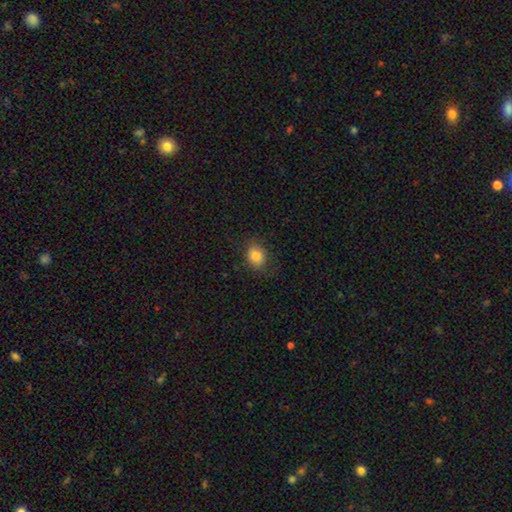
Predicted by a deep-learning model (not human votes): The model was most divided on "how rounded": in between: 53%, round: 46%, cigar-shaped: 1%. More confident: smooth or featured — smooth (85%); merging — none (80%).